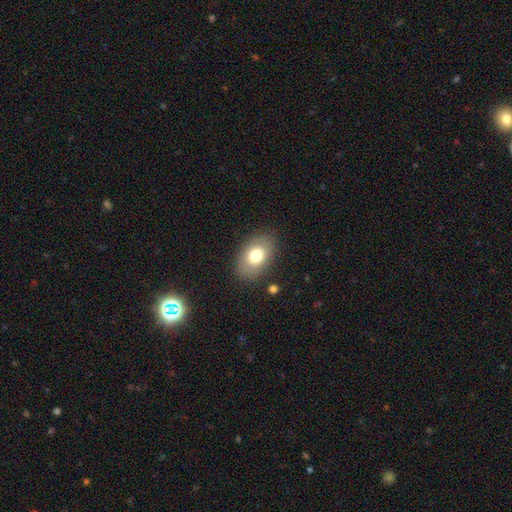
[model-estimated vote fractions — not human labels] Q: Smooth or featured?
A: smooth (73%); runner-up: featured or disk (19%)
Q: How rounded?
A: in between (86%); runner-up: round (13%)
Q: Merging?
A: none (84%); runner-up: minor disturbance (11%)